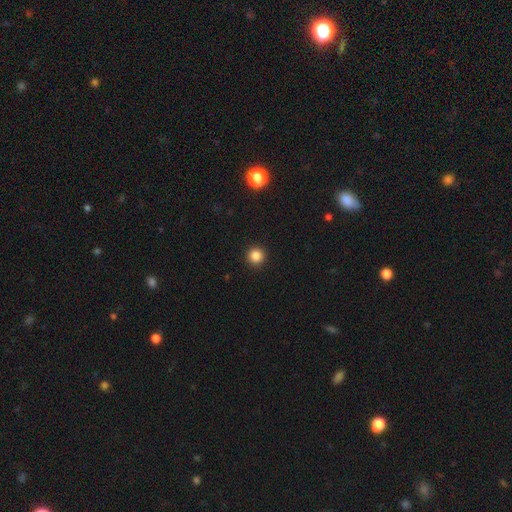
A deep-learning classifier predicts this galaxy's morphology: A smooth galaxy with no disk features (85%) that is round (96%). Merging: none (93%).